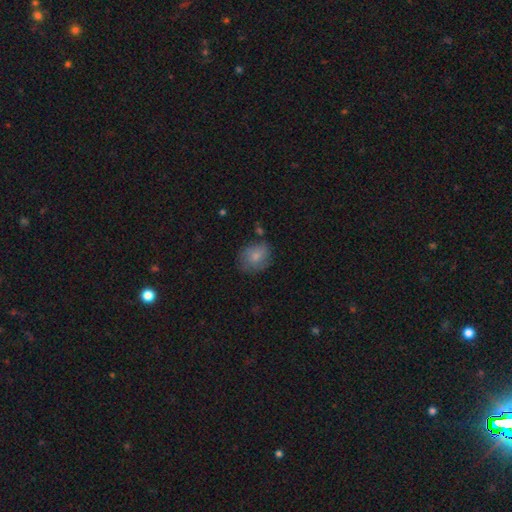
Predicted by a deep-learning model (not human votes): Smooth or featured? smooth (77%)
How rounded? in between (50%)
Merging? none (66%)